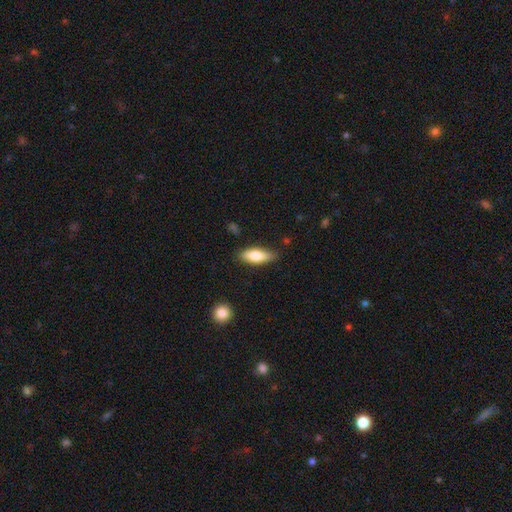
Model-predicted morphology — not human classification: Q: Smooth or featured?
A: smooth (77%); runner-up: featured or disk (16%)
Q: How rounded?
A: in between (73%); runner-up: cigar-shaped (25%)
Q: Merging?
A: none (80%); runner-up: minor disturbance (15%)